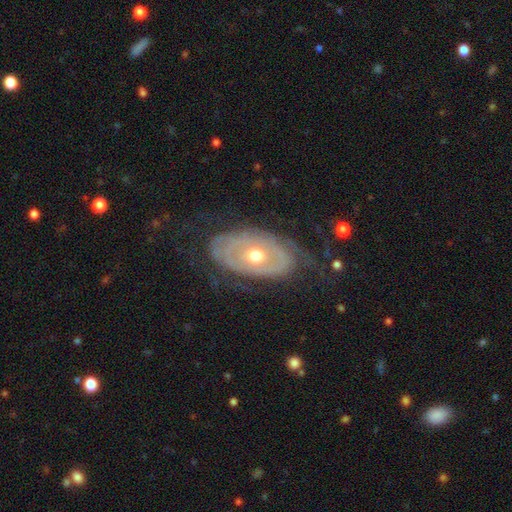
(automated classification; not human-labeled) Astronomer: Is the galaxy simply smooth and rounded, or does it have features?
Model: featured or disk — 76%.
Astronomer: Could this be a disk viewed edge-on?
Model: no — 92%.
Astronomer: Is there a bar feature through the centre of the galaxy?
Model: no — 86%.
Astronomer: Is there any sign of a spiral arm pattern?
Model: yes — 58% (runner-up: no, 42%).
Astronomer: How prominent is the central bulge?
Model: moderate — 74%.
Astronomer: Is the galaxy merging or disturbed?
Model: none — 66%.